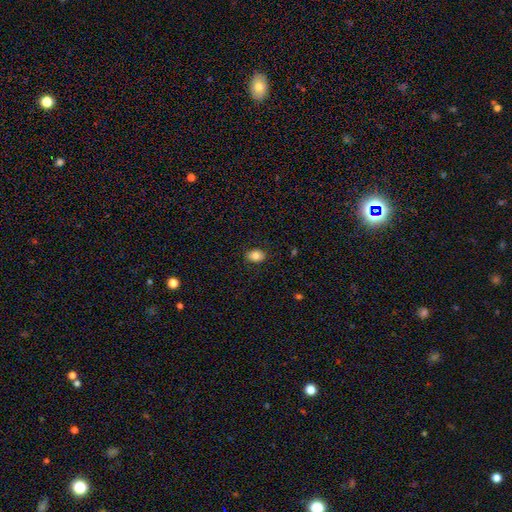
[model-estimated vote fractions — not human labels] A smooth galaxy with no disk features (82%) that is in between round and cigar-shaped (75%).

Vote fractions:
- Smooth or featured? smooth: 82% / featured or disk: 9% / star or artifact: 9%
- How rounded? in between: 75% / round: 24% / cigar-shaped: 1%
- Merging? none: 87% / minor disturbance: 10% / major disturbance: 2% / merger: 1%